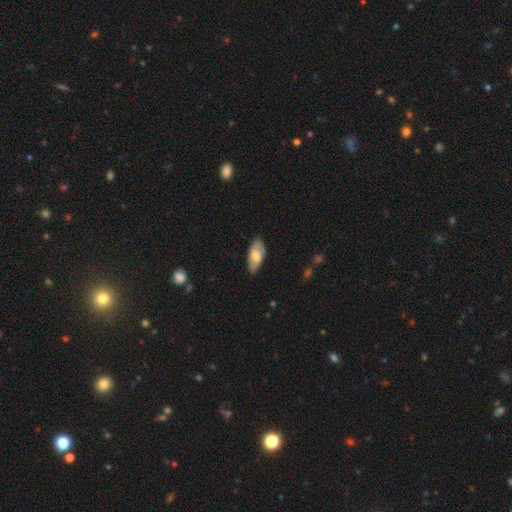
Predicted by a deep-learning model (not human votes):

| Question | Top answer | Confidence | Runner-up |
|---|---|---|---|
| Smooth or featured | smooth | 64% | featured or disk (30%) |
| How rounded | in between | 91% | cigar-shaped (6%) |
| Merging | none | 80% | minor disturbance (17%) |